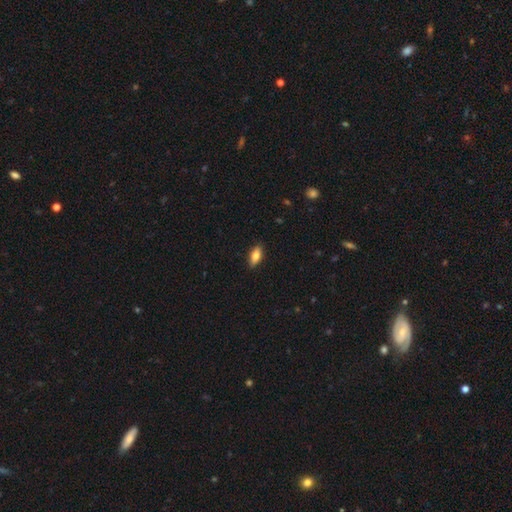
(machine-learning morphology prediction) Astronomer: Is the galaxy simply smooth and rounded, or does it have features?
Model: smooth — 78%.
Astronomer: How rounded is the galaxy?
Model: in between — 83%.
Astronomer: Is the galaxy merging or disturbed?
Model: none — 88%.